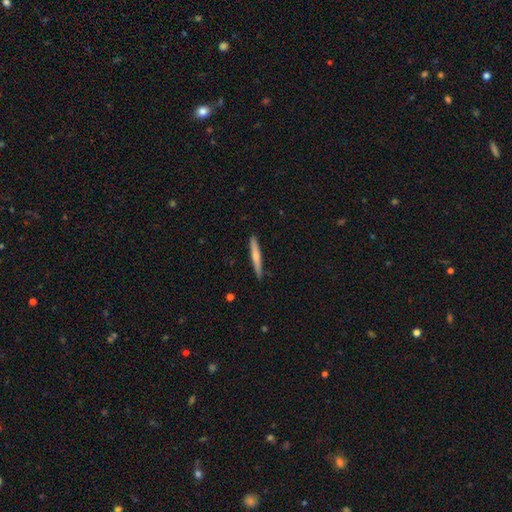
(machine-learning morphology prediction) Smooth or featured: smooth — 53% (featured or disk — 42%)
How rounded: cigar-shaped — 95% (in between — 4%)
Merging: none — 89% (minor disturbance — 9%)